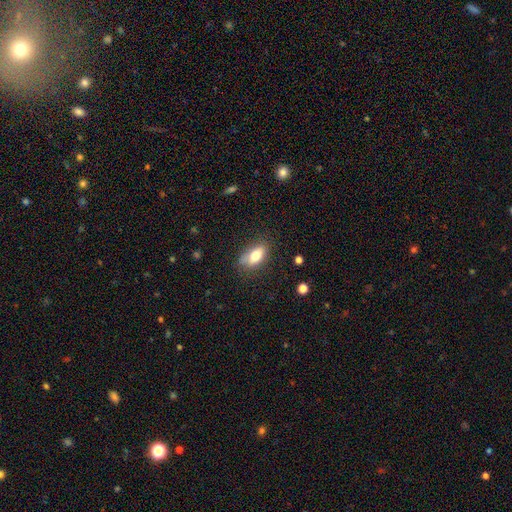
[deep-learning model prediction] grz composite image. It shows a smooth galaxy with no disk features (75%) that is in between round and cigar-shaped (84%). Merging: none (70%).